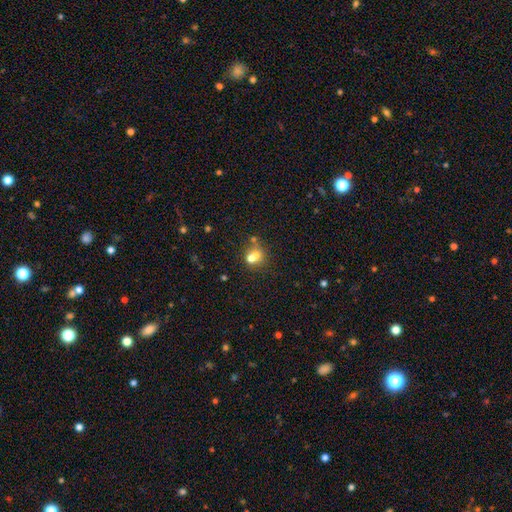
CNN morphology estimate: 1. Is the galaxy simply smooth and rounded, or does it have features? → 64% smooth, 19% featured or disk, 17% star or artifact.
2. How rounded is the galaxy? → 70% round, 28% in between, 1% cigar-shaped.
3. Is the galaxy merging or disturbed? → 46% merger, 38% none, 10% minor disturbance, 6% major disturbance.